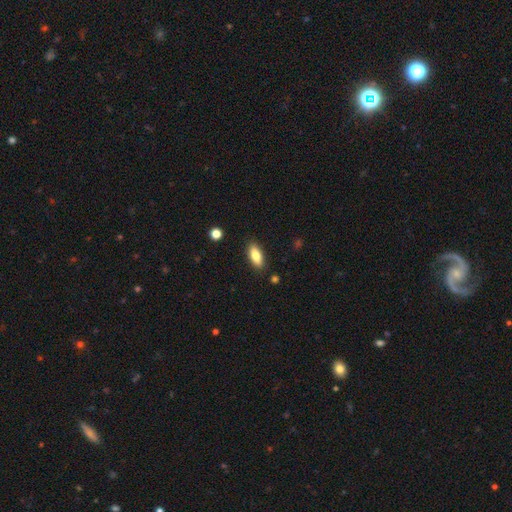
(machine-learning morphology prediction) type=smooth (81%); roundness=in between (78%); merging=none (87%).